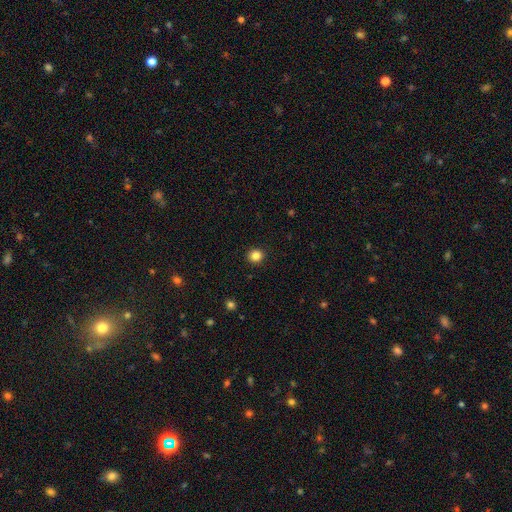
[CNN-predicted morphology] Smooth or featured? smooth (85%)
How rounded? round (91%)
Merging? none (93%)